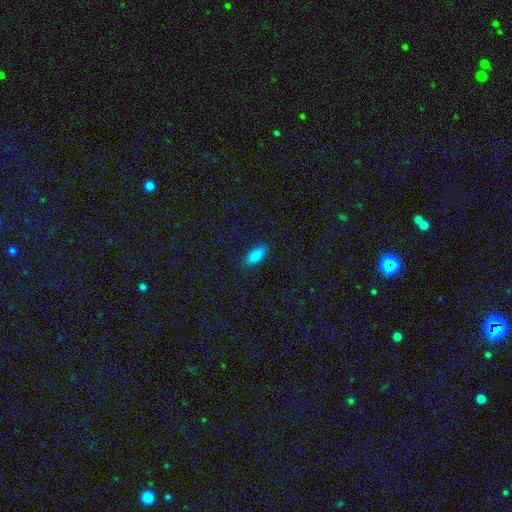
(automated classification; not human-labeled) This is clearly a smooth galaxy (88%). How rounded: clearly in between (85%). Merging: clearly none (86%).